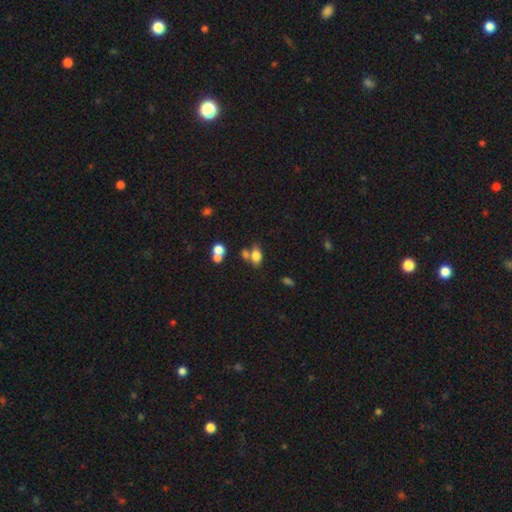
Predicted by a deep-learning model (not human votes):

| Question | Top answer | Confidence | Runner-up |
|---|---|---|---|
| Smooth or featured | smooth | 77% | star or artifact (11%) |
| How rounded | in between | 86% | round (11%) |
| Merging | none | 53% | merger (28%) |